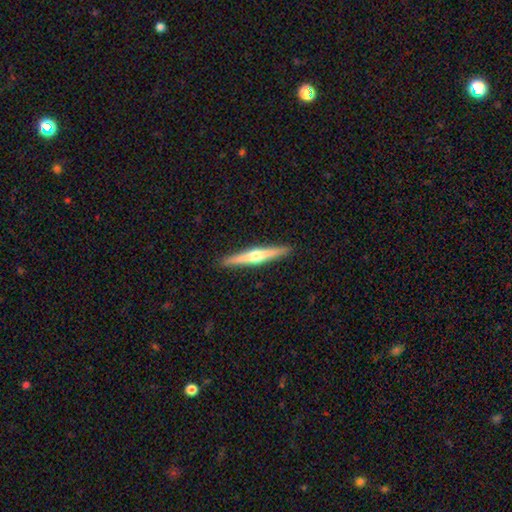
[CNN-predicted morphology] A featured or disk galaxy (68%) viewed edge-on (98%) with a rounded central bulge (92%). Merging: none (92%).